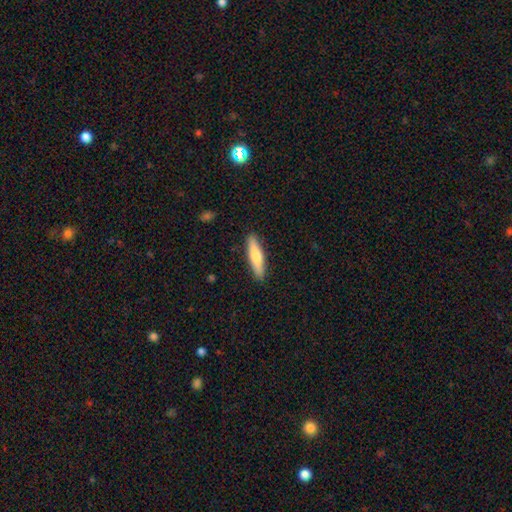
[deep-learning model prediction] Overall: smooth (63%; featured or disk 31%). How rounded: cigar-shaped (82%). Merging: none (90%).